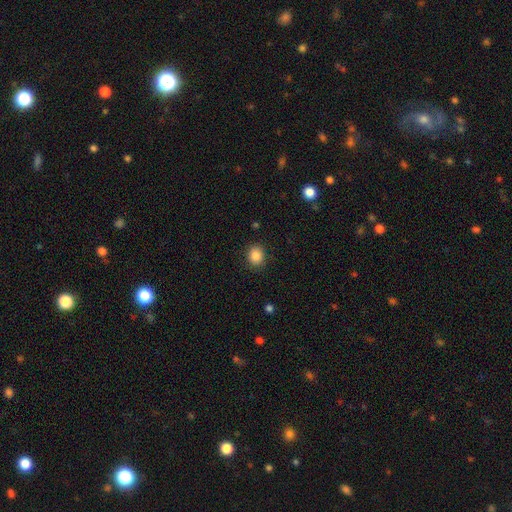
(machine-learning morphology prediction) This is clearly a smooth galaxy (86%). How rounded: likely round (71%). Merging: clearly none (87%).